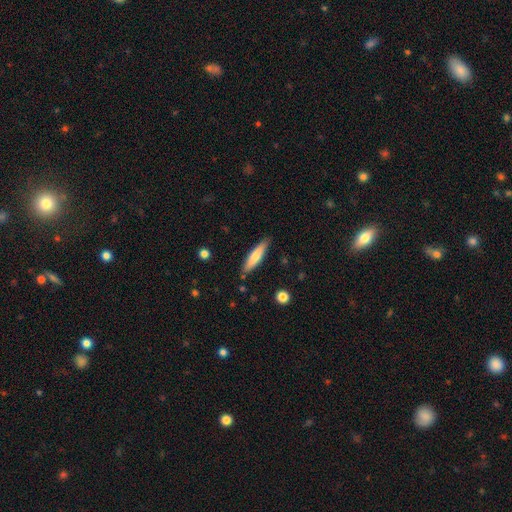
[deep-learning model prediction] A smooth galaxy with no disk features (67%) that is cigar-shaped (79%).

Vote fractions:
- Smooth or featured? smooth: 67% / featured or disk: 27% / star or artifact: 5%
- How rounded? cigar-shaped: 79% / in between: 19% / round: 1%
- Merging? none: 86% / minor disturbance: 11% / major disturbance: 2% / merger: 2%